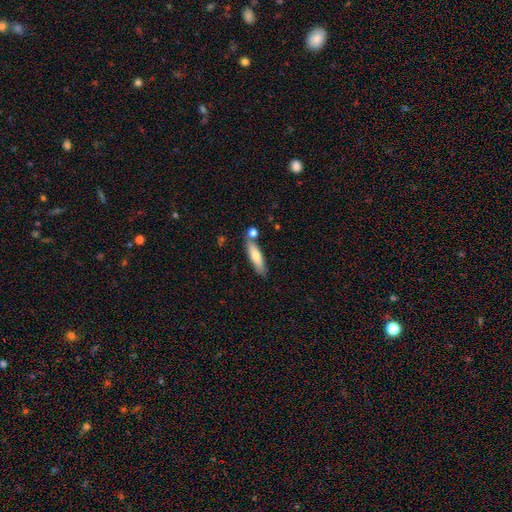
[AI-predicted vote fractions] This is likely a smooth galaxy (67%). How rounded: likely cigar-shaped (65%). Merging: likely none (72%).